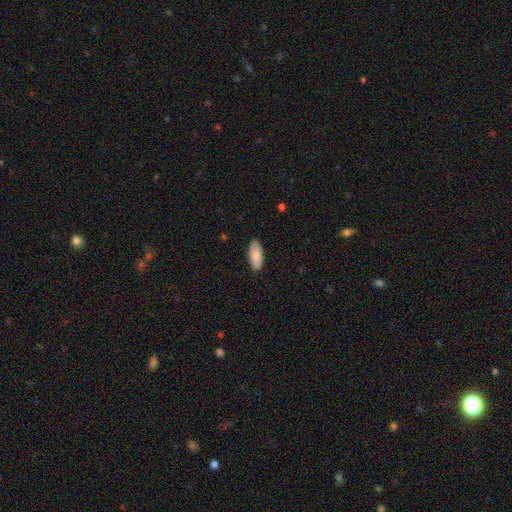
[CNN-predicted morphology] Overall: smooth (87%). How rounded: in between (80%). Merging: none (87%).